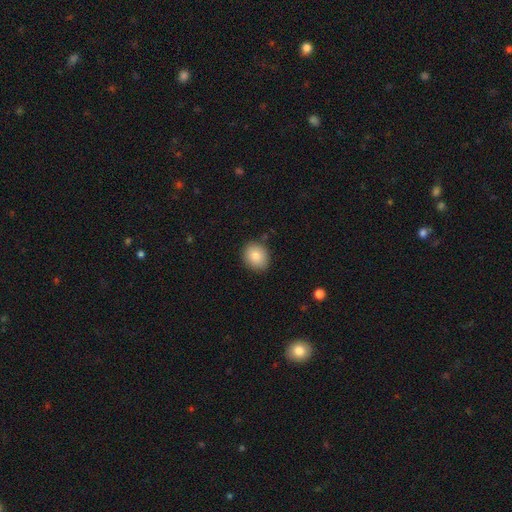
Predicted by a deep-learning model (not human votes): Smooth or featured?
  - smooth: 86% *
  - star or artifact: 8%
  - featured or disk: 6%
How rounded?
  - round: 67% *
  - in between: 32%
  - cigar-shaped: 1%
Merging?
  - none: 85% *
  - minor disturbance: 11%
  - major disturbance: 3%
  - merger: 2%